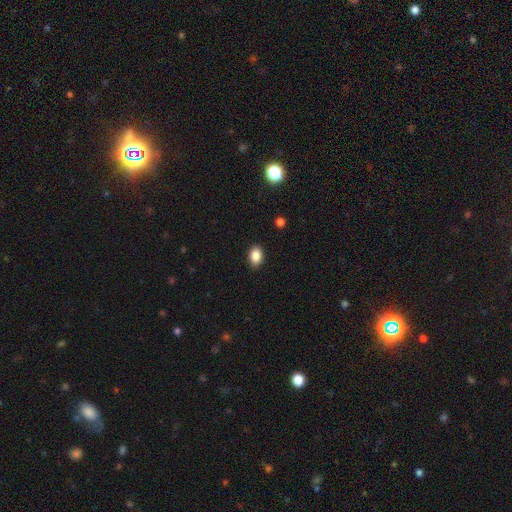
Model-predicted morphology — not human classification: type=smooth (88%); roundness=in between (82%); merging=none (88%).